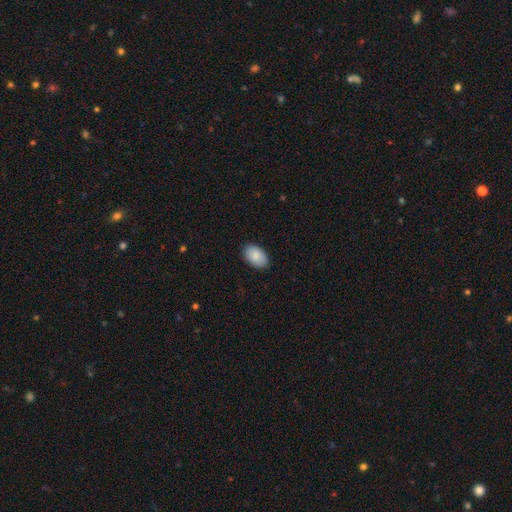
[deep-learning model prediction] Morphology: type=smooth (87%); roundness=in between (92%); merging=none (88%).